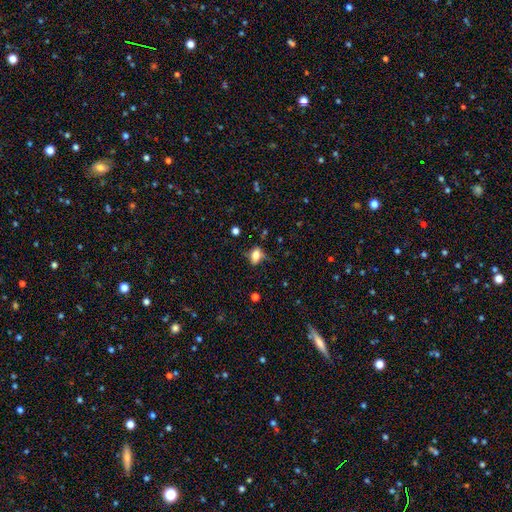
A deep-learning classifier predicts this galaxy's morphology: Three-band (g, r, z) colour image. It shows a smooth galaxy with no disk features (63%) that is in between round and cigar-shaped (75%). Merging: none (60%).